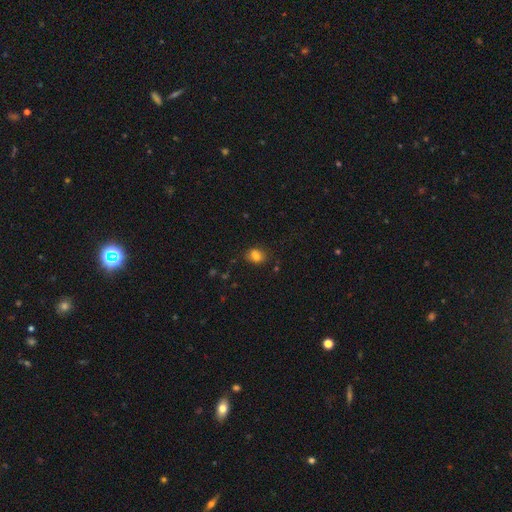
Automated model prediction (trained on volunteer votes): Smooth or featured?
  - smooth: 77% *
  - star or artifact: 13%
  - featured or disk: 10%
How rounded?
  - in between: 56% *
  - round: 43%
  - cigar-shaped: 1%
Merging?
  - none: 61% *
  - merger: 18%
  - minor disturbance: 17%
  - major disturbance: 5%